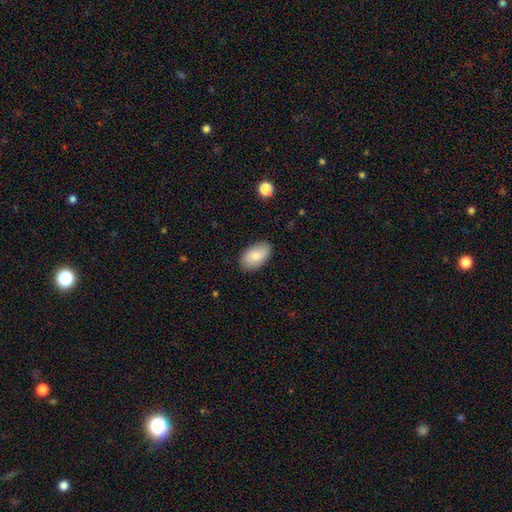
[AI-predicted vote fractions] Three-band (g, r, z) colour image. It shows a smooth galaxy with no disk features (82%) that is in between round and cigar-shaped (95%). Merging: none (86%).